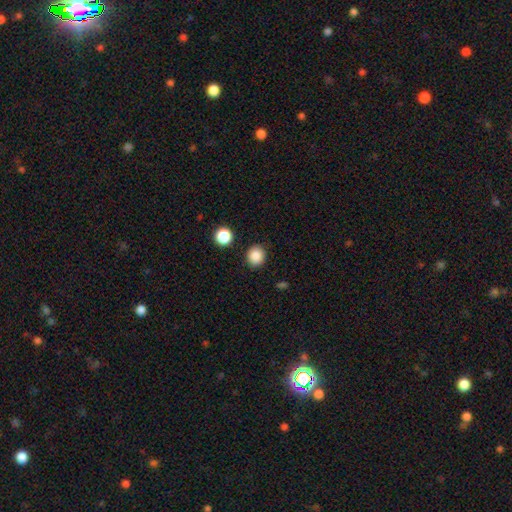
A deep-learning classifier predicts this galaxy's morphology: Smooth or featured? smooth (87%)
How rounded? round (83%)
Merging? none (88%)